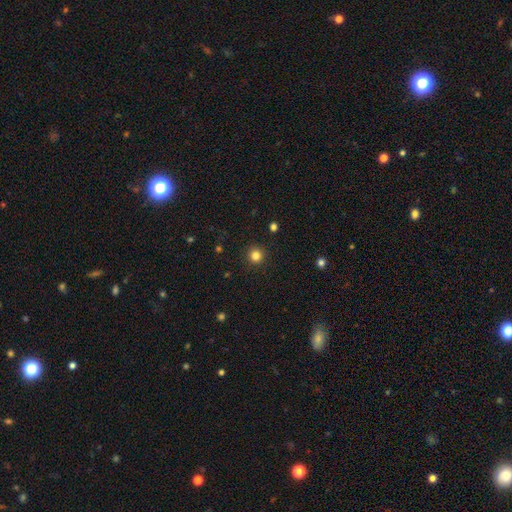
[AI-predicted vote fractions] Smooth or featured? Predicted: smooth (p=0.82). How rounded? Predicted: round (p=0.96). Merging? Predicted: none (p=0.92).